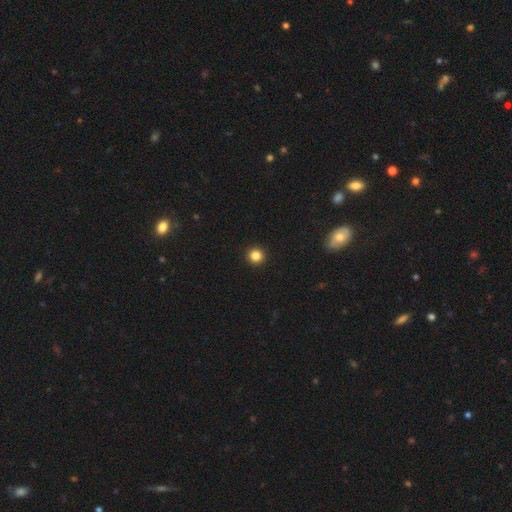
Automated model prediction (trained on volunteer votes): Smooth or featured? Predicted: smooth (p=0.84). How rounded? Predicted: round (p=0.96). Merging? Predicted: none (p=0.94).